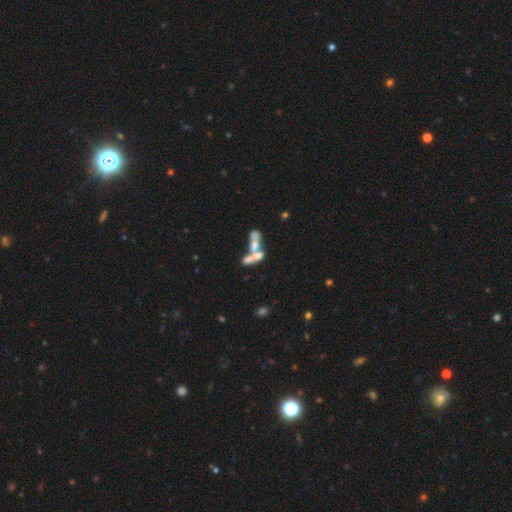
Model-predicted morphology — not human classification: type=featured or disk (47%); merging=merger (67%).